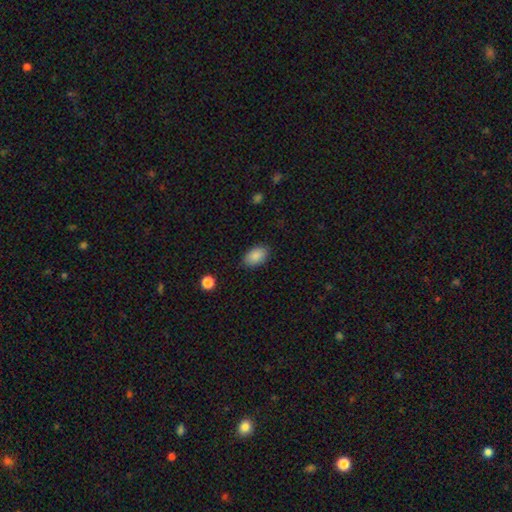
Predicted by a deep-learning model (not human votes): smooth-or-featured: smooth: 88% | star or artifact: 7% | featured or disk: 5%
  how-rounded: in between: 91% | round: 8% | cigar-shaped: 1%
  merging: none: 84% | minor disturbance: 11% | major disturbance: 3% | merger: 1%